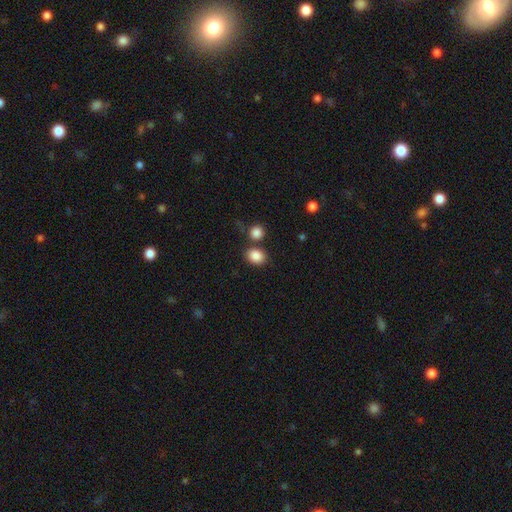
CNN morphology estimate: smooth-or-featured: smooth: 87% | star or artifact: 9% | featured or disk: 4%
  how-rounded: in between: 50% | round: 49% | cigar-shaped: 1%
  merging: none: 70% | merger: 16% | minor disturbance: 11% | major disturbance: 4%